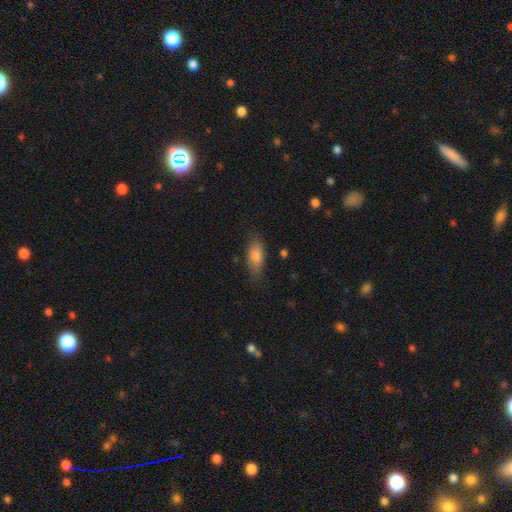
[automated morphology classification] A smooth galaxy with no disk features (76%) that is in between round and cigar-shaped (75%).

Vote fractions:
- Smooth or featured? smooth: 76% / featured or disk: 16% / star or artifact: 8%
- How rounded? in between: 75% / cigar-shaped: 22% / round: 4%
- Merging? none: 78% / minor disturbance: 17% / major disturbance: 4% / merger: 1%